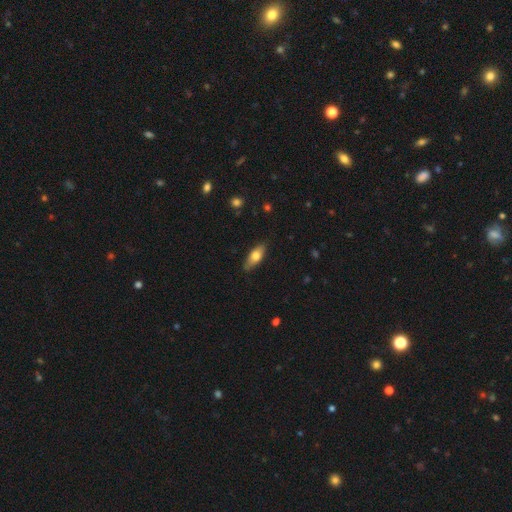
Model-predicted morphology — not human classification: Smooth or featured? Predicted: smooth (p=0.69). How rounded? Predicted: in between (p=0.73). Merging? Predicted: none (p=0.84).